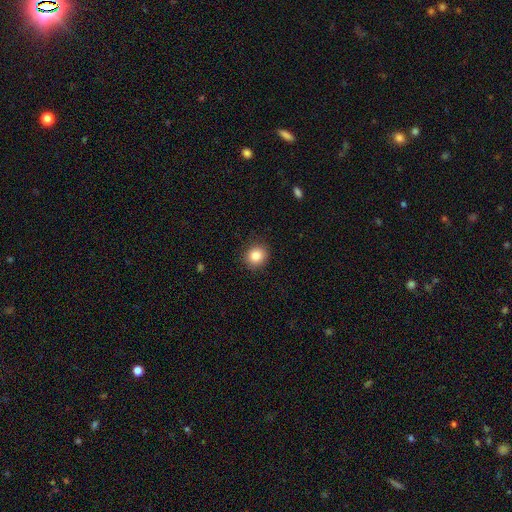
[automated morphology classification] Smooth or featured: smooth — 85% (star or artifact — 10%)
How rounded: round — 84% (in between — 15%)
Merging: none — 90% (minor disturbance — 7%)